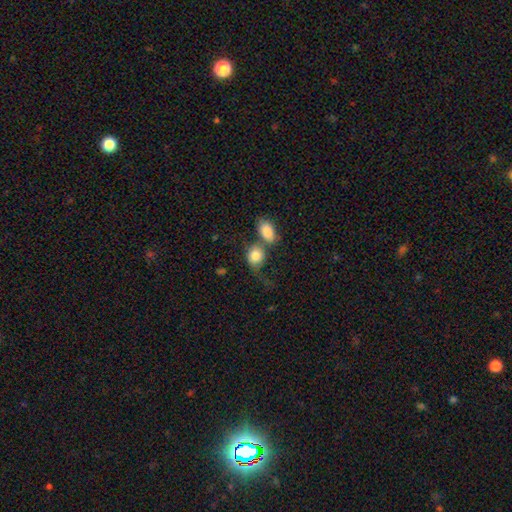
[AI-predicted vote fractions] Smooth or featured? Predicted: smooth (p=0.81). How rounded? Predicted: round (p=0.55). Merging? Predicted: merger (p=0.46).